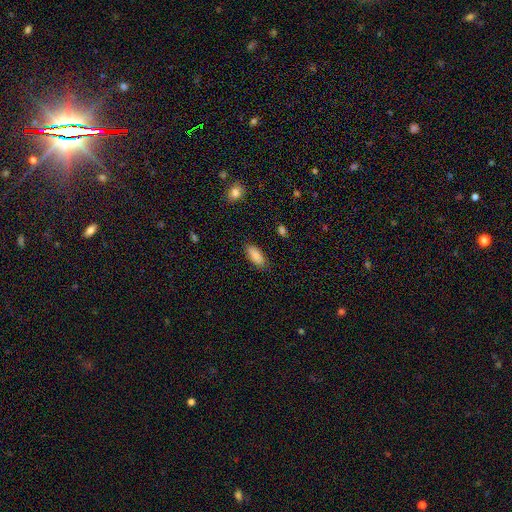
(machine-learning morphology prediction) A smooth galaxy with no disk features (84%) that is in between round and cigar-shaped (87%).

Vote fractions:
- Smooth or featured? smooth: 84% / featured or disk: 9% / star or artifact: 7%
- How rounded? in between: 87% / cigar-shaped: 11% / round: 2%
- Merging? none: 84% / minor disturbance: 12% / major disturbance: 3% / merger: 1%